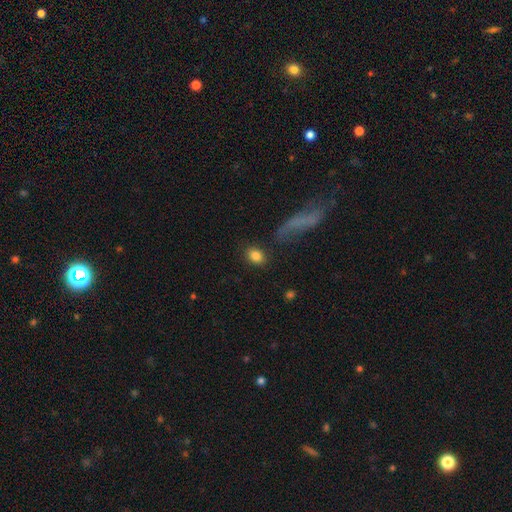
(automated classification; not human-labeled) Smooth or featured: smooth — 85% (star or artifact — 8%)
How rounded: in between — 63% (round — 35%)
Merging: none — 81% (minor disturbance — 11%)